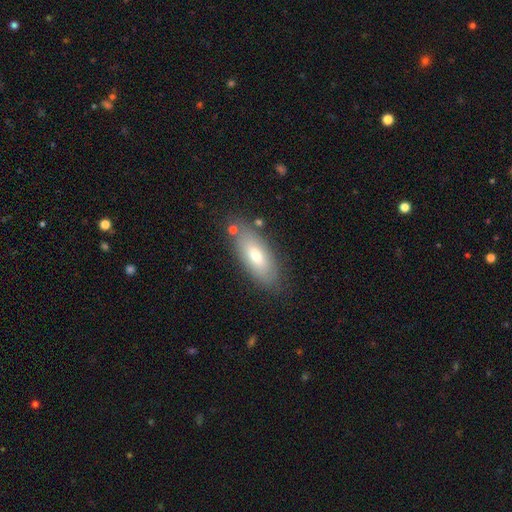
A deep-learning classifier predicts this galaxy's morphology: Smooth or featured?
  - smooth: 67% *
  - featured or disk: 26%
  - star or artifact: 7%
How rounded?
  - in between: 79% *
  - cigar-shaped: 18%
  - round: 2%
Merging?
  - none: 78% *
  - minor disturbance: 14%
  - merger: 4%
  - major disturbance: 4%